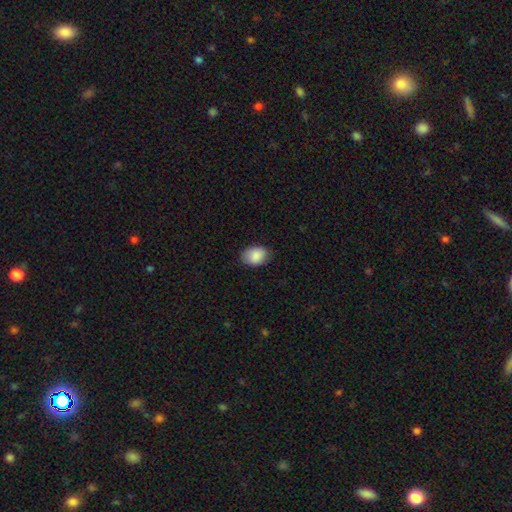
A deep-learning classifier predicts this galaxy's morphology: type=smooth (89%); roundness=in between (80%); merging=none (82%).